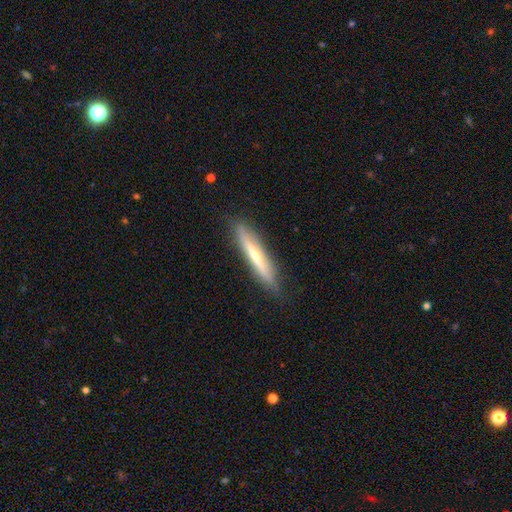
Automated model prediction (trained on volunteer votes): A featured or disk galaxy (47%). Merging: none (88%).